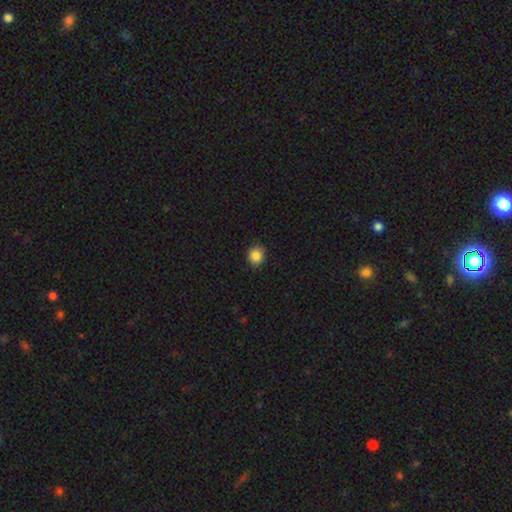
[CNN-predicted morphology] Overall: smooth (85%). How rounded: round (80%). Merging: none (87%).